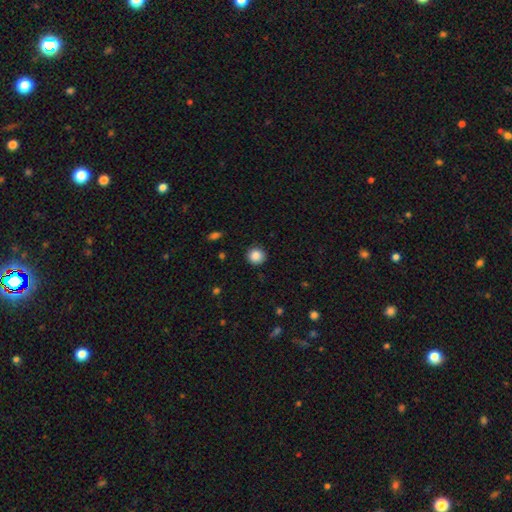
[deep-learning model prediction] Smooth or featured: smooth — 87% (star or artifact — 10%)
How rounded: round — 92% (in between — 7%)
Merging: none — 88% (minor disturbance — 8%)